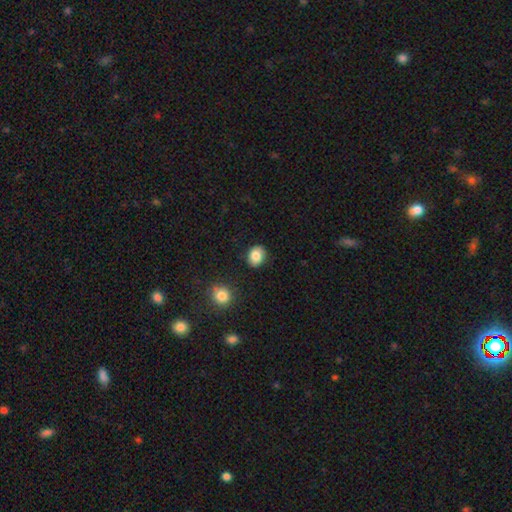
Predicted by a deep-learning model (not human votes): This appears to be a smooth galaxy with no disk features (85%) that is round (53%). Merging: none (85%).